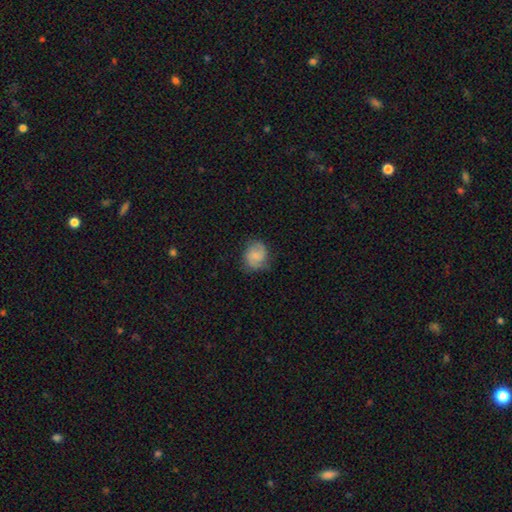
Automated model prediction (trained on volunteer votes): This appears to be a featured or disk galaxy (54%) with no bar (60%), spiral arms (90%) and a small central bulge (58%). Merging: none (73%).